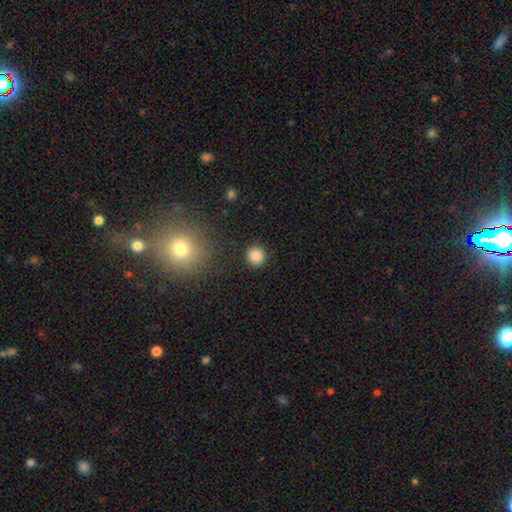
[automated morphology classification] A smooth galaxy with no disk features (86%) that is round (94%).

Vote fractions:
- Smooth or featured? smooth: 86% / star or artifact: 11% / featured or disk: 3%
- How rounded? round: 94% / in between: 5% / cigar-shaped: 1%
- Merging? none: 91% / minor disturbance: 6% / major disturbance: 2% / merger: 1%